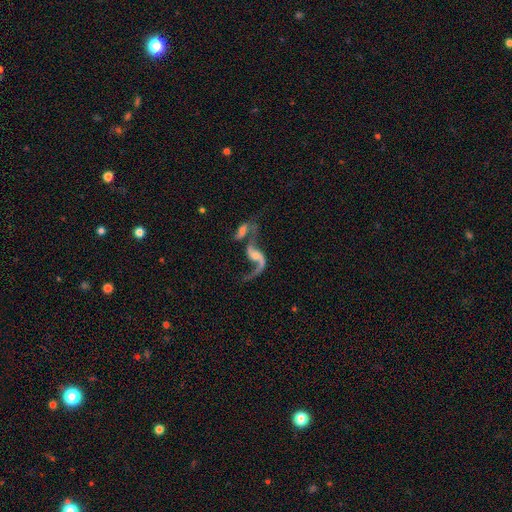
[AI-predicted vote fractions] smooth_or_featured: featured or disk (p=0.82) [alt: smooth p=0.10]
disk_edge_on: no (p=0.95) [alt: yes p=0.05]
bar: no (p=0.48) [alt: weak p=0.37]
has_spiral_arms: yes (p=0.89) [alt: no p=0.11]
spiral_winding: loose (p=0.87) [alt: medium p=0.10]
spiral_arm_count: 2 (p=0.70) [alt: 1 p=0.25]
bulge_size: small (p=0.38) [alt: moderate p=0.35]
merging: merger (p=0.55) [alt: none p=0.21]